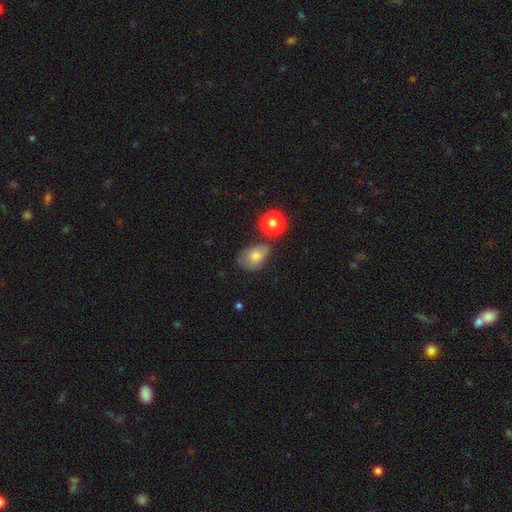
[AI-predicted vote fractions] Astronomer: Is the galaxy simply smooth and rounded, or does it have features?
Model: smooth — 73%.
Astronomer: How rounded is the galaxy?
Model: in between — 74%.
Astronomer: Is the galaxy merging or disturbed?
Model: none — 41% (runner-up: minor disturbance, 33%).